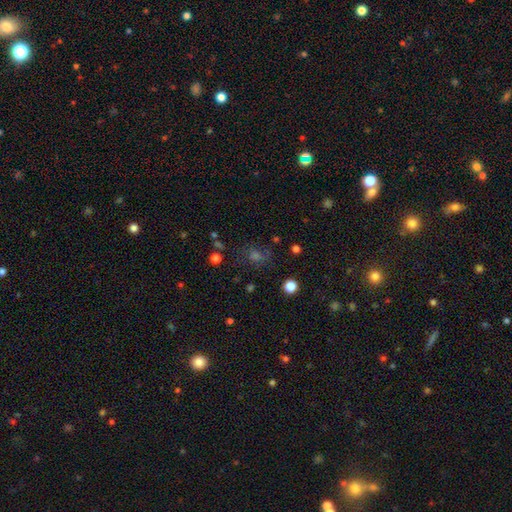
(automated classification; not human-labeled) Overall: star or artifact (41%; smooth 40%).